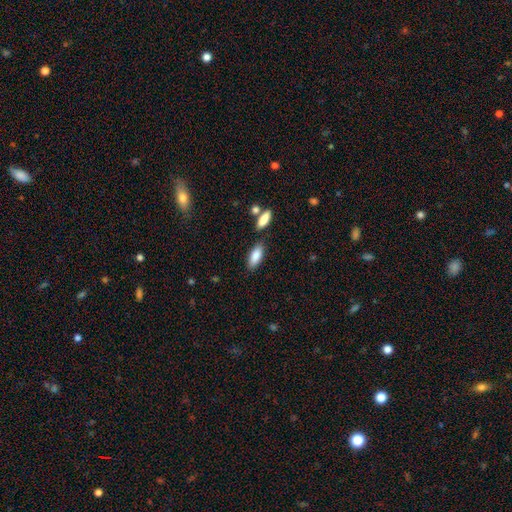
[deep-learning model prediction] Smooth or featured? smooth (85%)
How rounded? in between (78%)
Merging? none (78%)